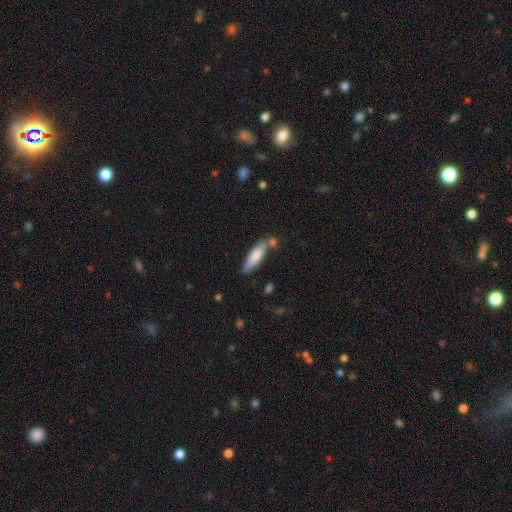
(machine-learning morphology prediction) This appears to be a smooth galaxy with no disk features (79%) that is cigar-shaped (62%). Merging: none (65%).